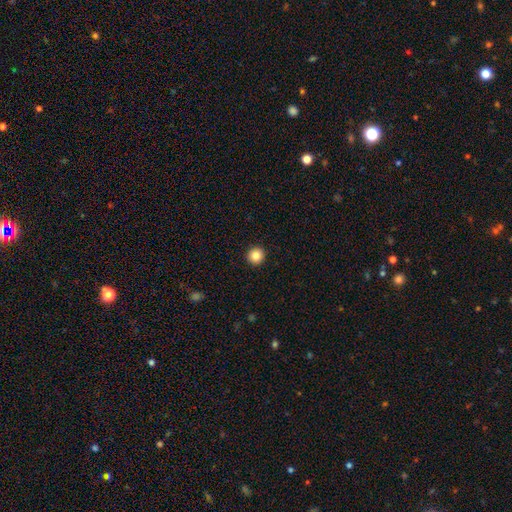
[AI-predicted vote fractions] A smooth galaxy with no disk features (84%) that is round (95%). Merging: none (94%).